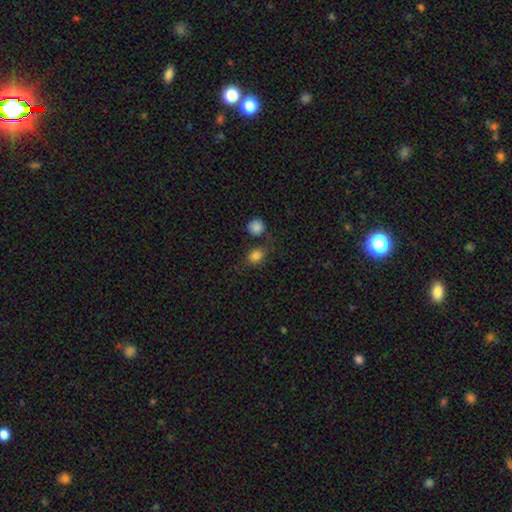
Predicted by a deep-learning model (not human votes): A smooth galaxy with no disk features (82%) that is round (50%).

Vote fractions:
- Smooth or featured? smooth: 82% / star or artifact: 12% / featured or disk: 6%
- How rounded? round: 50% / in between: 48% / cigar-shaped: 2%
- Merging? none: 65% / minor disturbance: 15% / merger: 14% / major disturbance: 6%